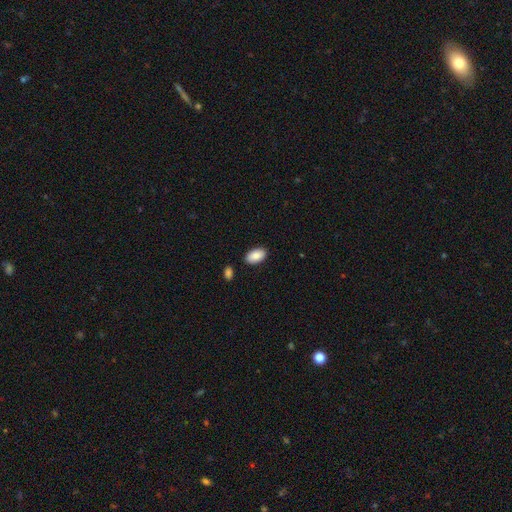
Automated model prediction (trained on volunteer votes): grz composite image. It shows a smooth galaxy with no disk features (87%) that is in between round and cigar-shaped (95%). Merging: none (87%).